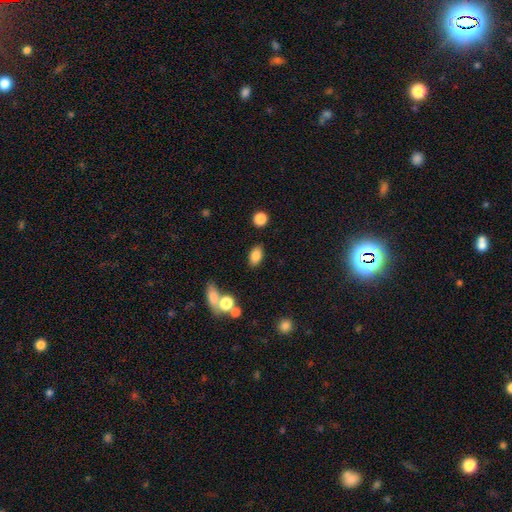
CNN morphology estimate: A smooth galaxy with no disk features (83%) that is in between round and cigar-shaped (87%). Merging: none (82%).